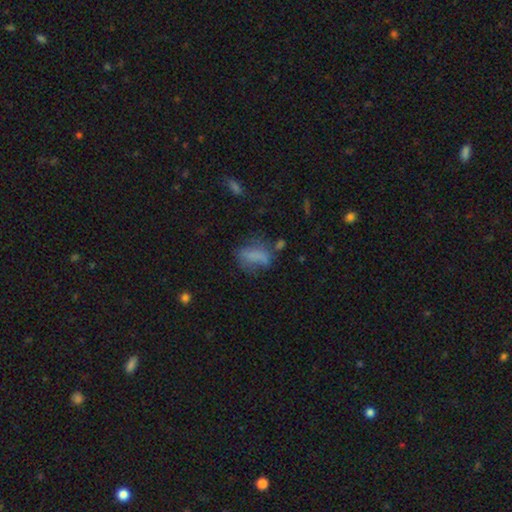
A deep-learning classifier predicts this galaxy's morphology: Smooth or featured: smooth — 68% (featured or disk — 19%)
How rounded: in between — 74% (cigar-shaped — 14%)
Merging: none — 41% (minor disturbance — 27%)